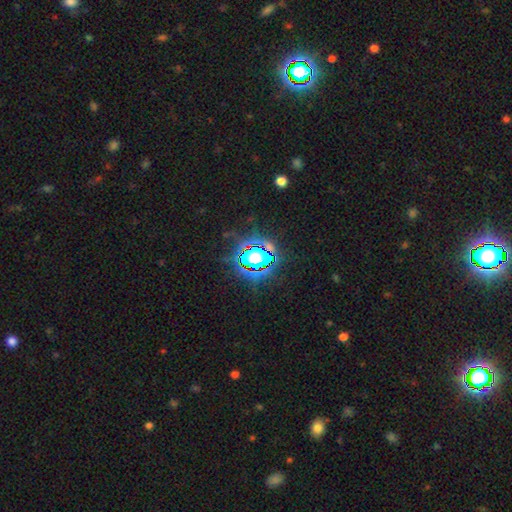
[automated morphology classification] A star or artifact, not a galaxy (69%).